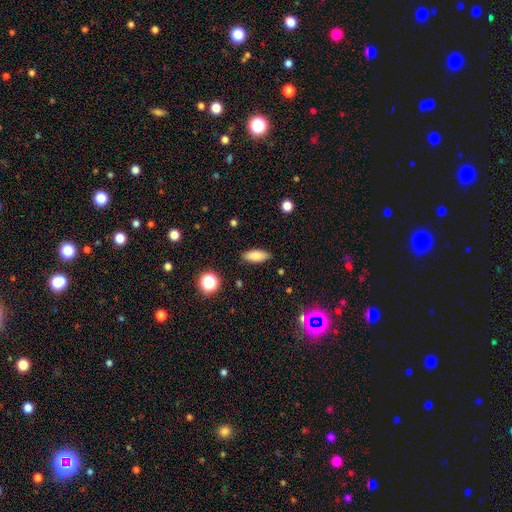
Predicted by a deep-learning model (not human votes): A smooth galaxy with no disk features (83%) that is in between round and cigar-shaped (76%). Merging: none (87%).